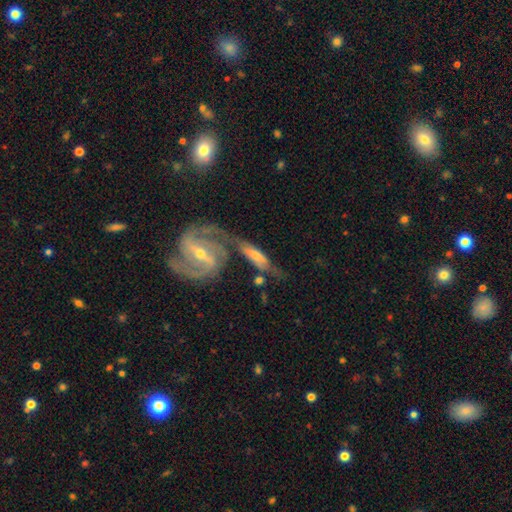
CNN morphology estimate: smooth-or-featured: featured or disk: 62% | smooth: 31% | star or artifact: 6%
  disk-edge-on: no: 72% | yes: 28%
  merging: none: 41% | merger: 32% | minor disturbance: 17% | major disturbance: 10%